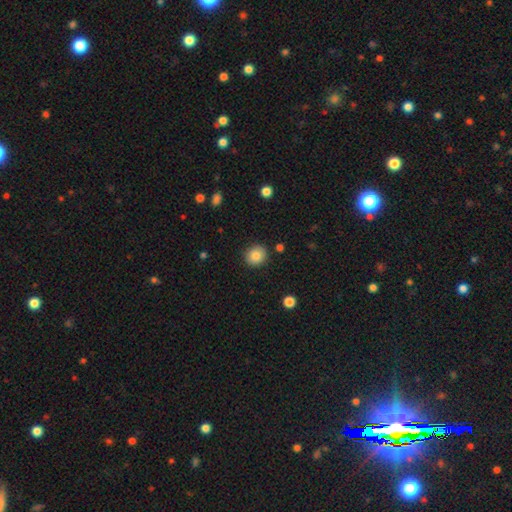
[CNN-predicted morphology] The model was most divided on "how rounded": round: 85%, in between: 14%, cigar-shaped: 1%. More confident: merging — none (89%); smooth or featured — smooth (84%).